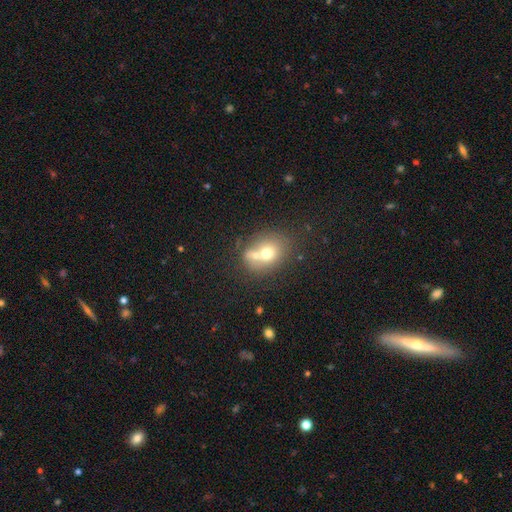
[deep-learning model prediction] The model was most divided on "how rounded": round: 60%, in between: 39%, cigar-shaped: 1%. More confident: smooth or featured — smooth (65%); merging — merger (53%).